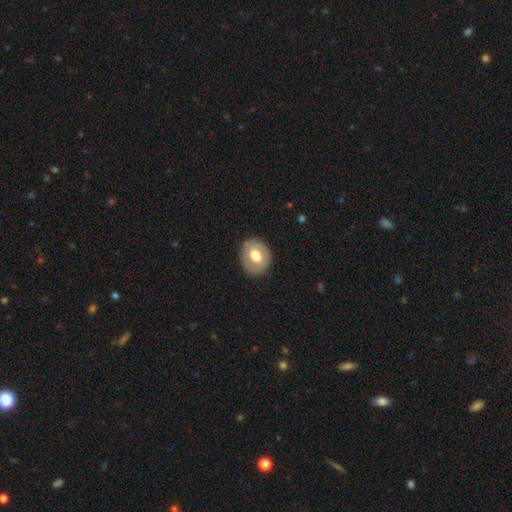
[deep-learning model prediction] Smooth or featured? smooth (52%)
How rounded? round (56%)
Merging? none (84%)